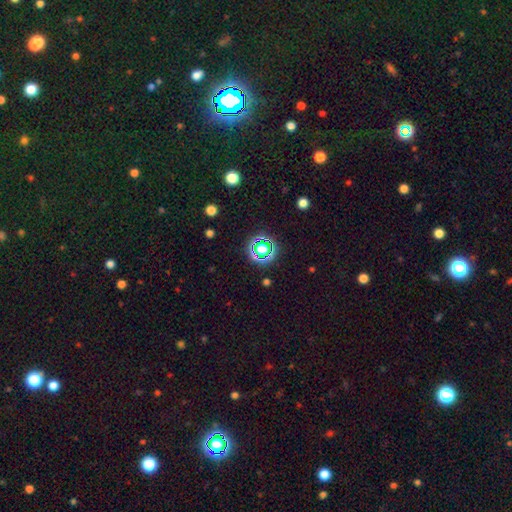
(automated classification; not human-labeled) A star or artifact, not a galaxy (71%).